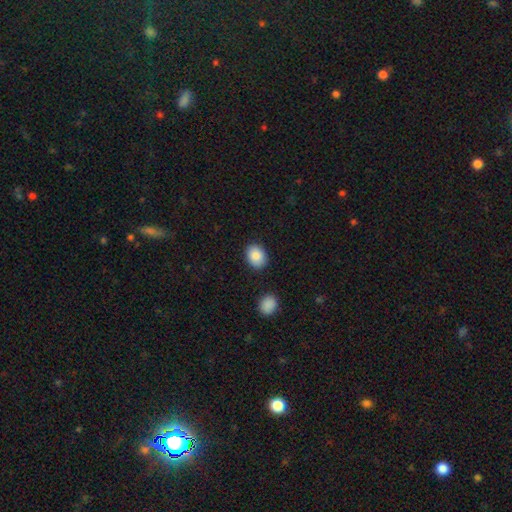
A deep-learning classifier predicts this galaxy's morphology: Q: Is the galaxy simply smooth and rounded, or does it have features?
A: smooth — 87%.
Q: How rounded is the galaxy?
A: in between — 65%.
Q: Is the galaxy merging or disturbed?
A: none — 87%.